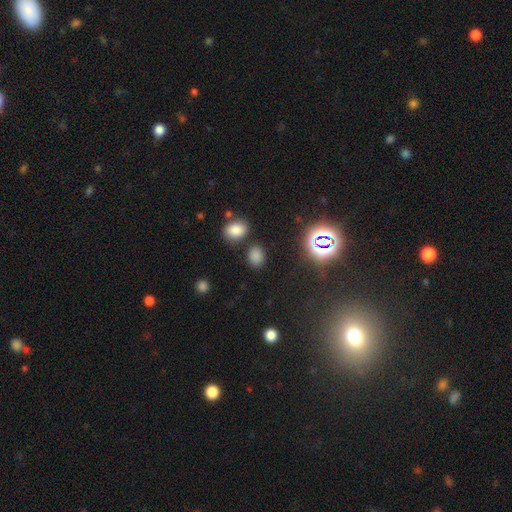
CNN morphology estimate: Smooth or featured: smooth — 76% (star or artifact — 19%)
How rounded: in between — 53% (round — 46%)
Merging: none — 80% (minor disturbance — 10%)